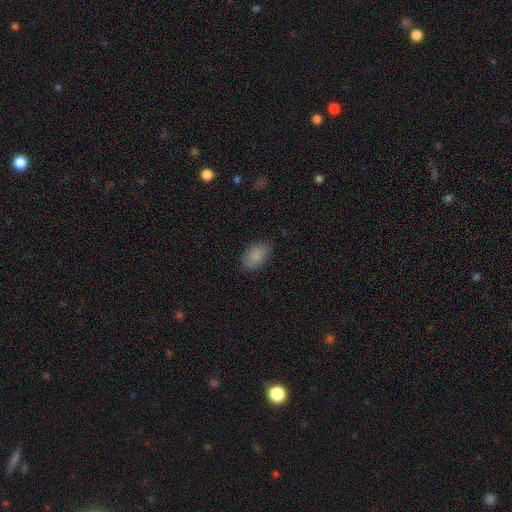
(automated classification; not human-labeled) Smooth or featured: smooth — 87% (star or artifact — 8%)
How rounded: in between — 93% (round — 5%)
Merging: none — 85% (minor disturbance — 11%)